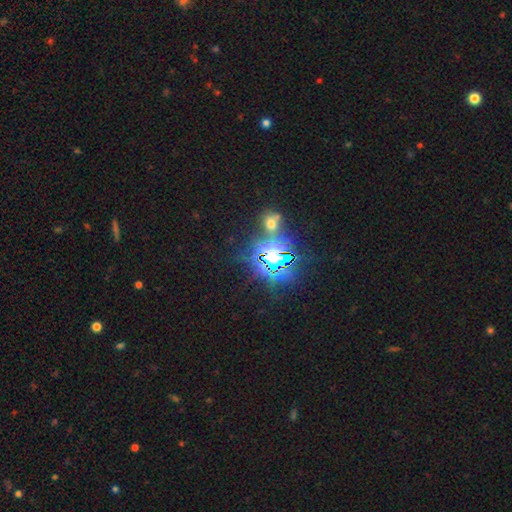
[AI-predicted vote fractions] Smooth or featured? star or artifact (79%)